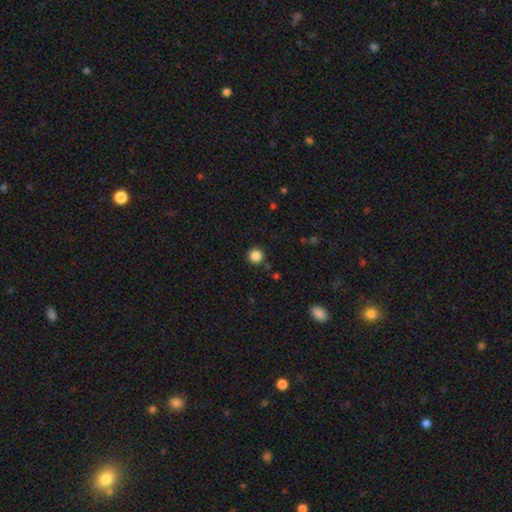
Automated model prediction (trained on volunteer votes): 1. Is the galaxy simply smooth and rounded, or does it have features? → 86% smooth, 11% star or artifact, 3% featured or disk.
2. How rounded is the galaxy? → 95% round, 4% in between, 1% cigar-shaped.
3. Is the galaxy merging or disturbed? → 90% none, 6% minor disturbance, 2% merger, 2% major disturbance.